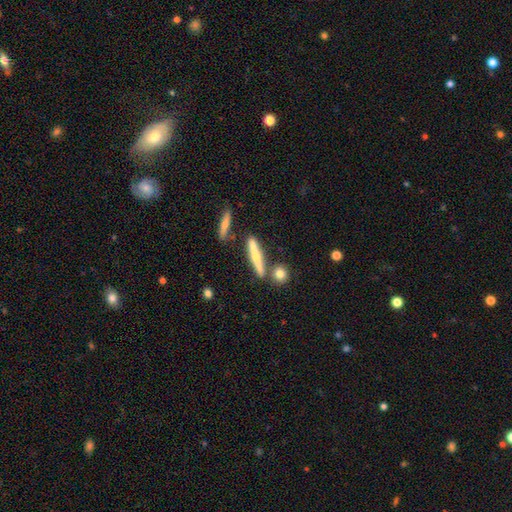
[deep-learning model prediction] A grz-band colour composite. It shows a featured or disk galaxy (49%). Merging: none (78%).